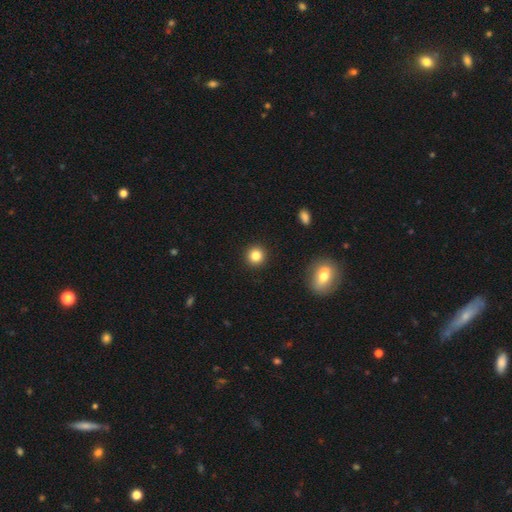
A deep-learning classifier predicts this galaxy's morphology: Smooth or featured? Predicted: smooth (p=0.83). How rounded? Predicted: round (p=0.94). Merging? Predicted: none (p=0.93).